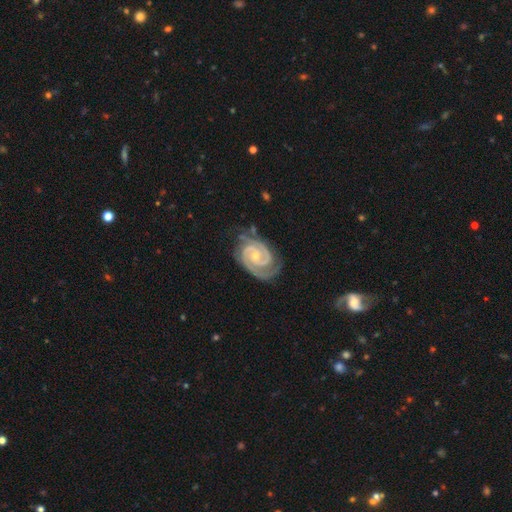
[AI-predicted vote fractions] smooth-or-featured: featured or disk: 93% | star or artifact: 4% | smooth: 3%
  disk-edge-on: no: 98% | yes: 2%
    bar: no: 59% | weak: 31% | strong: 9%
    has-spiral-arms: yes: 99% | no: 1%
      spiral-winding: tight: 71% | medium: 26% | loose: 3%
      spiral-arm-count: 2: 84% | 3: 8% | can't tell: 3% | 4: 2% | 1: 2% | more than 4: 2%
    bulge-size: small: 67% | moderate: 29% | none: 2% | large: 1% | dominant: 1%
  merging: none: 74% | minor disturbance: 19% | major disturbance: 6% | merger: 2%